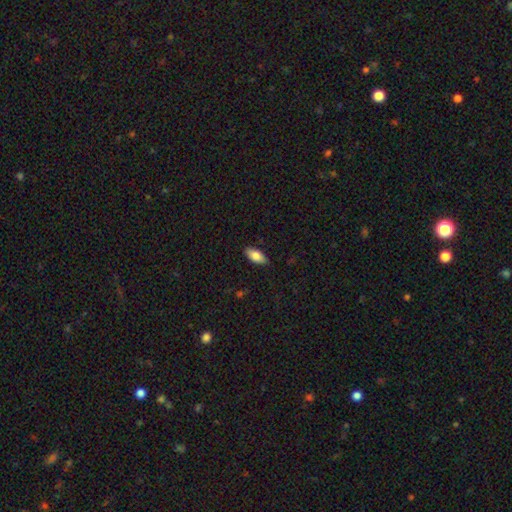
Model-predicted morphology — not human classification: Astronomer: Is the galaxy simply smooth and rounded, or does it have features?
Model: smooth — 82%.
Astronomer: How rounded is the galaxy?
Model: in between — 88%.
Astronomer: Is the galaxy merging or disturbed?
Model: none — 86%.